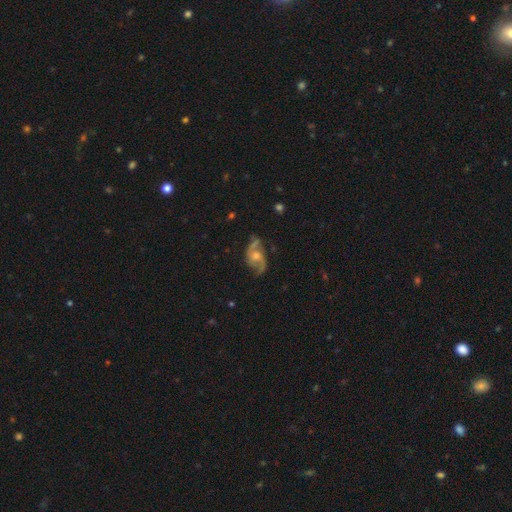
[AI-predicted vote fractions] A featured or disk galaxy (82%) with no bar (65%), 2 (88%) loose (49%) spiral arms (94%) and a moderate central bulge (56%).

Vote fractions:
- Smooth or featured? featured or disk: 82% / smooth: 12% / star or artifact: 6%
- Edge-on disk? no: 96% / yes: 4%
- Bar? no: 65% / weak: 30% / strong: 5%
- Spiral arms? yes: 94% / no: 6%
- Spiral winding? loose: 49% / medium: 40% / tight: 11%
- Spiral arm count? 2: 88% / can't tell: 4% / 1: 3% / 3: 3% / 4: 1% / more than 4: 1%
- Bulge size? moderate: 56% / small: 30% / large: 8% / none: 5% / dominant: 1%
- Merging? none: 63% / minor disturbance: 22% / major disturbance: 12% / merger: 3%